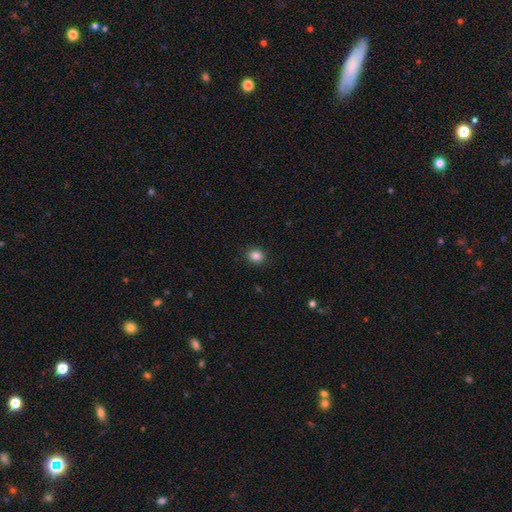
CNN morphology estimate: Smooth or featured? Predicted: smooth (p=0.86). How rounded? Predicted: round (p=0.70). Merging? Predicted: none (p=0.90).